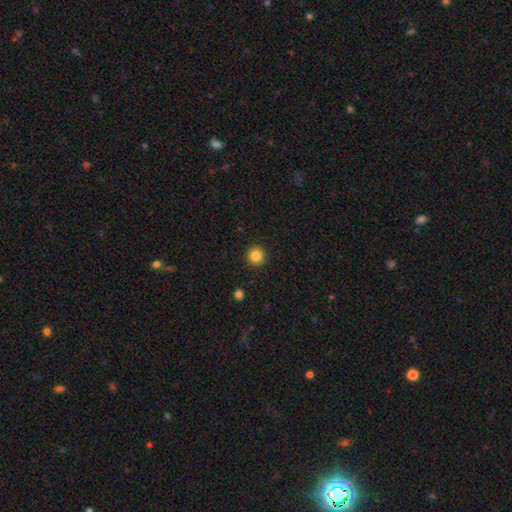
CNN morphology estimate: Smooth or featured: smooth — 85% (star or artifact — 11%)
How rounded: round — 95% (in between — 4%)
Merging: none — 92% (minor disturbance — 5%)